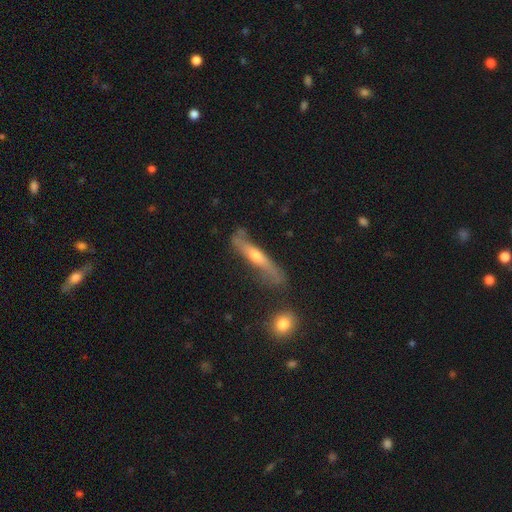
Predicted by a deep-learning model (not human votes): Smooth or featured? featured or disk (58%)
Edge-on disk? yes (81%)
Merging? none (61%)